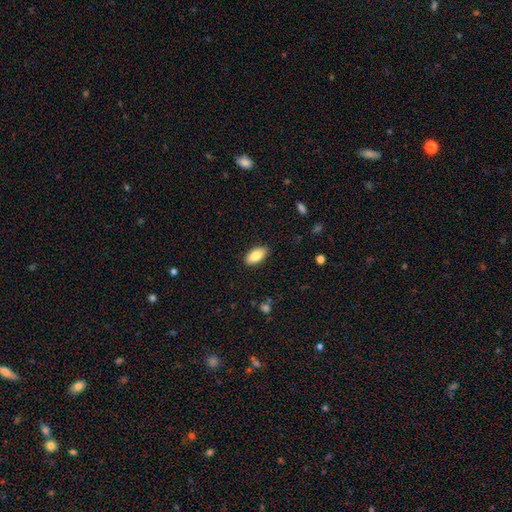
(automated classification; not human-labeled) Morphology: type=smooth (85%); roundness=in between (91%); merging=none (87%).